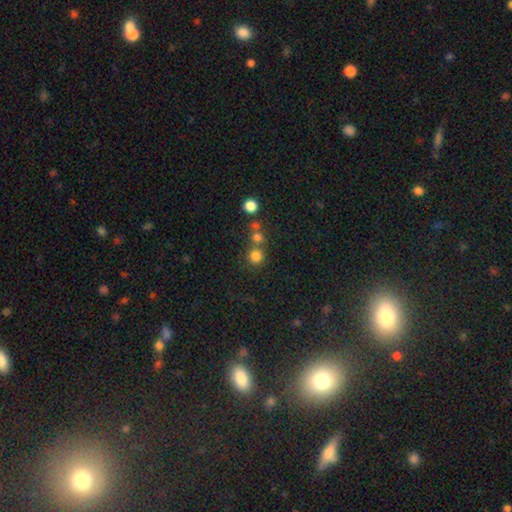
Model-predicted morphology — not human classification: Q: Smooth or featured?
A: smooth (77%); runner-up: star or artifact (16%)
Q: How rounded?
A: round (91%); runner-up: in between (8%)
Q: Merging?
A: none (63%); runner-up: merger (27%)